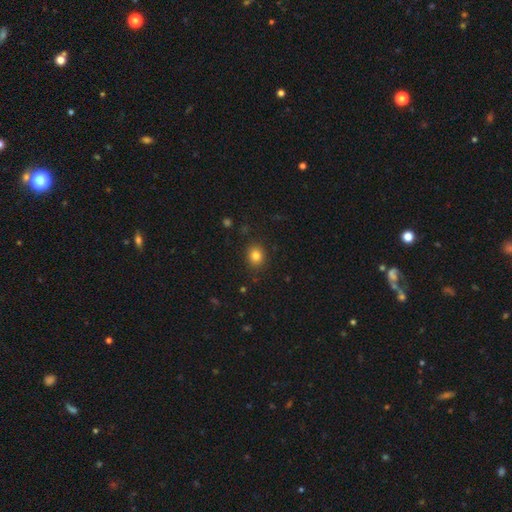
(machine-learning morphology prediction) Overall: smooth (82%). How rounded: round (74%). Merging: none (88%).